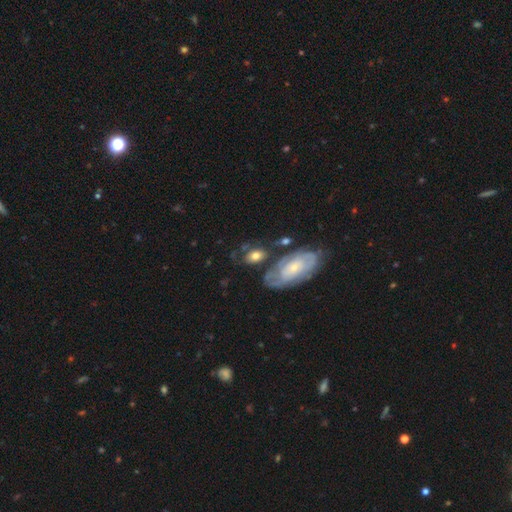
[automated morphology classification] Q: Smooth or featured?
A: smooth (55%); runner-up: featured or disk (38%)
Q: How rounded?
A: in between (76%); runner-up: round (22%)
Q: Merging?
A: none (53%); runner-up: minor disturbance (20%)